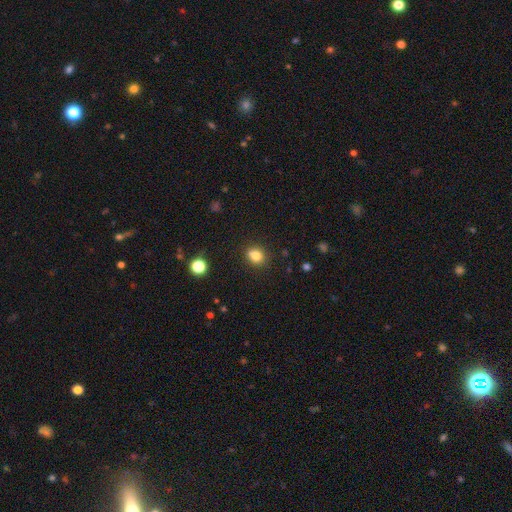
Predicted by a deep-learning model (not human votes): Smooth or featured? smooth (80%)
How rounded? round (60%)
Merging? none (78%)